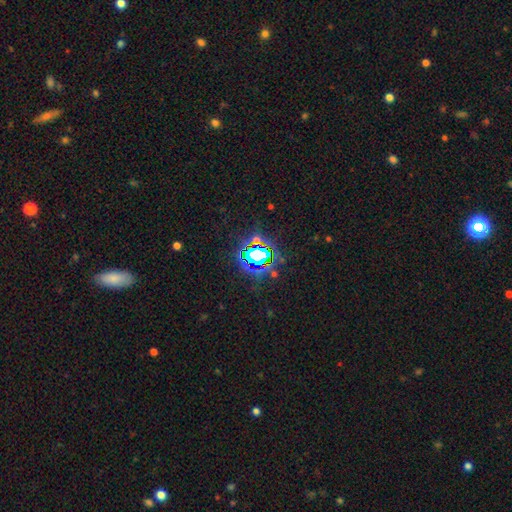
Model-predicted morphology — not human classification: Smooth or featured? star or artifact (71%)